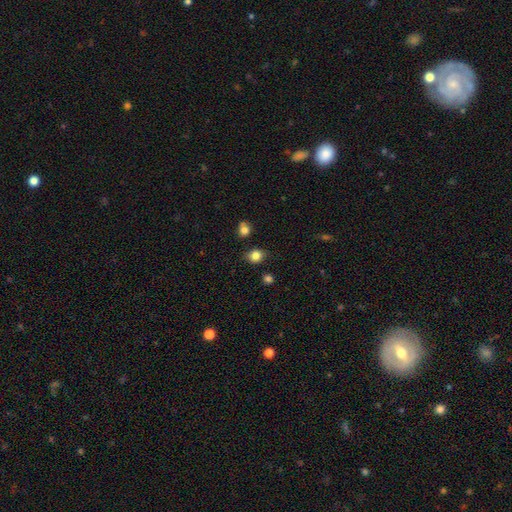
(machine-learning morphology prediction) Smooth or featured?
  - smooth: 83% *
  - star or artifact: 12%
  - featured or disk: 6%
How rounded?
  - round: 65% *
  - in between: 34%
  - cigar-shaped: 1%
Merging?
  - none: 81% *
  - minor disturbance: 12%
  - merger: 4%
  - major disturbance: 3%